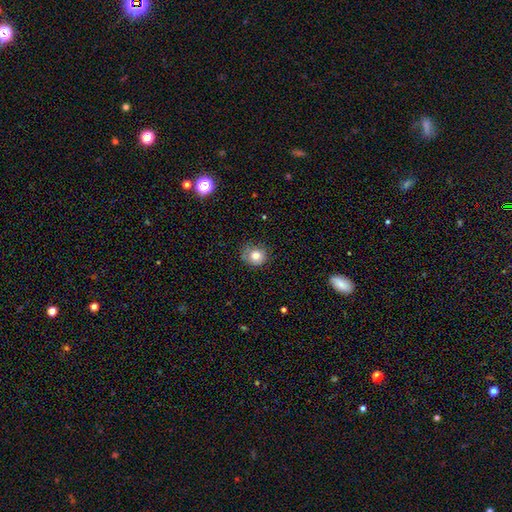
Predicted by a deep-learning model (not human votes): This is likely a smooth galaxy (79%). How rounded: clearly round (85%). Merging: likely none (71%).